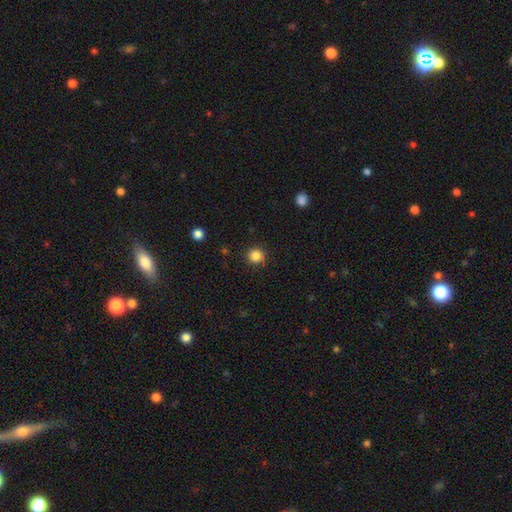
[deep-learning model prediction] Smooth or featured? Predicted: smooth (p=0.84). How rounded? Predicted: round (p=0.93). Merging? Predicted: none (p=0.85).